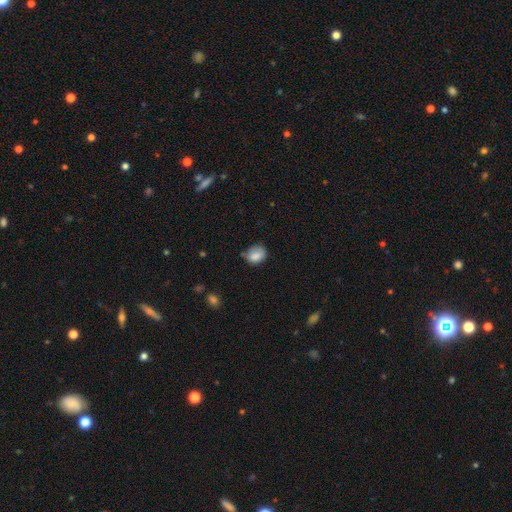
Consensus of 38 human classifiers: Smooth or featured? smooth (82%)
How rounded? in between (68%)
Merging? none (60%)